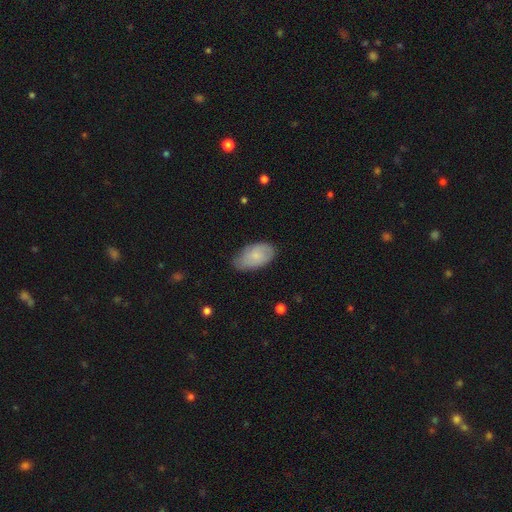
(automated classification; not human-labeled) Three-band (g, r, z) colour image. It shows a smooth galaxy with no disk features (72%) that is in between round and cigar-shaped (94%). Merging: none (64%).